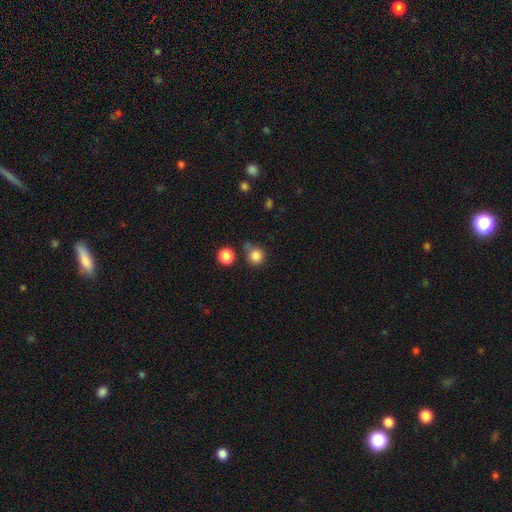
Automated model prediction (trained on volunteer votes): This is clearly a smooth galaxy (84%). How rounded: clearly round (91%). Merging: likely none (68%).